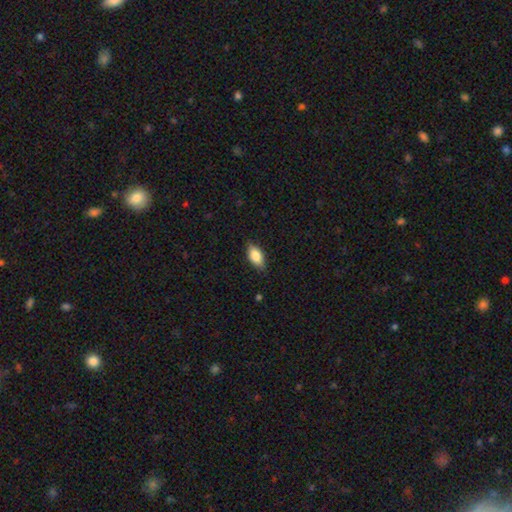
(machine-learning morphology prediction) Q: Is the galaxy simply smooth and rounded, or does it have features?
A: smooth — 79%.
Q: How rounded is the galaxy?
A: in between — 88%.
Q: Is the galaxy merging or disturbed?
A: none — 83%.